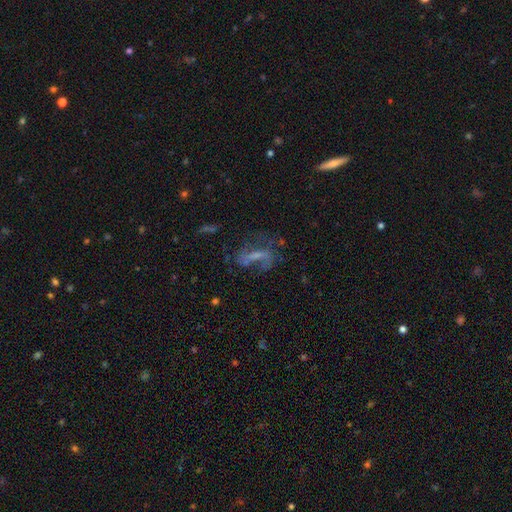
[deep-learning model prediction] A featured or disk galaxy (63%) with a weak bar (38%), spiral arms (70%) and a small central bulge (41%). Merging: none (43%).